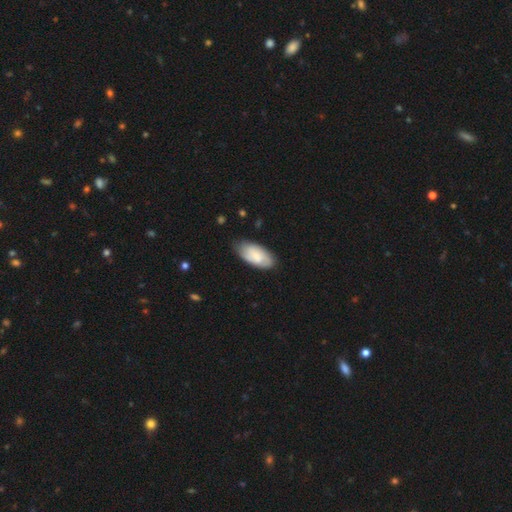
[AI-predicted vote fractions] A smooth galaxy with no disk features (64%) that is in between round and cigar-shaped (93%).

Vote fractions:
- Smooth or featured? smooth: 64% / featured or disk: 30% / star or artifact: 6%
- How rounded? in between: 93% / cigar-shaped: 5% / round: 2%
- Merging? none: 74% / minor disturbance: 21% / major disturbance: 4% / merger: 1%